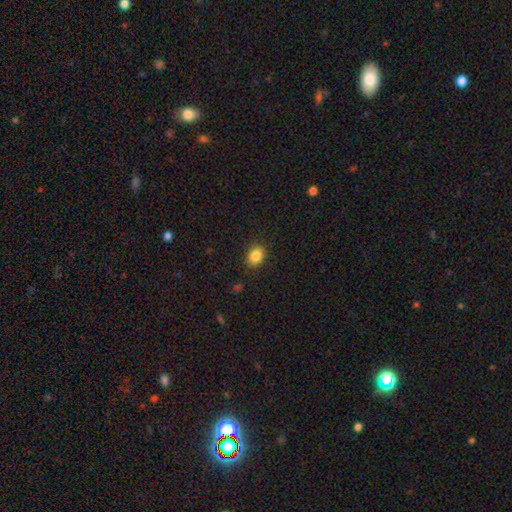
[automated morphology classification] type=smooth (86%); roundness=in between (65%); merging=none (87%).